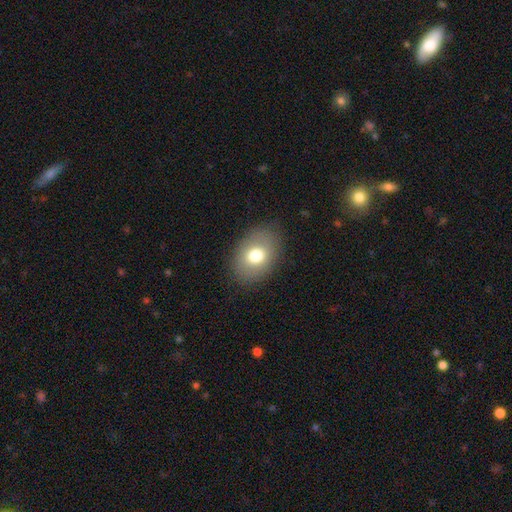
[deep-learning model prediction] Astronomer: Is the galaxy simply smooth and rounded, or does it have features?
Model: smooth — 75%.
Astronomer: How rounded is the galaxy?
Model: in between — 73%.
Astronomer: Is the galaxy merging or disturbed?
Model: none — 83%.